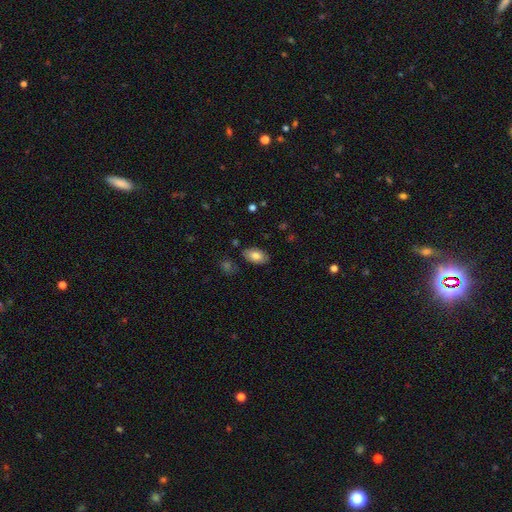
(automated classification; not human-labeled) smooth-or-featured: smooth: 79% | featured or disk: 14% | star or artifact: 7%
  how-rounded: in between: 93% | round: 5% | cigar-shaped: 2%
  merging: none: 84% | minor disturbance: 12% | major disturbance: 3% | merger: 2%